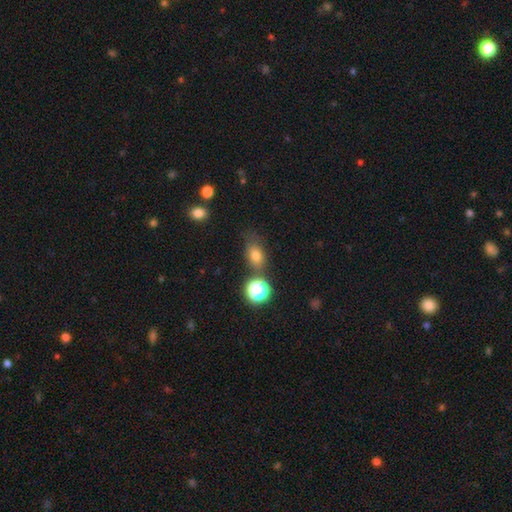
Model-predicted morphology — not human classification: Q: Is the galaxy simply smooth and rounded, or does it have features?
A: smooth — 73%.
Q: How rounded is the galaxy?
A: in between — 67%.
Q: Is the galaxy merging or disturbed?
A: none — 60%.